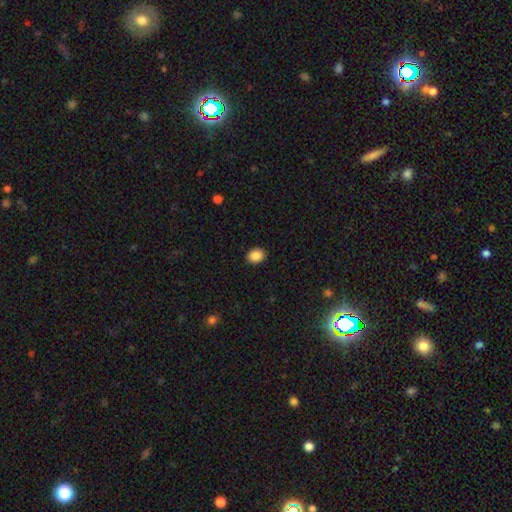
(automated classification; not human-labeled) This is clearly a smooth galaxy (88%). How rounded: possibly in between (52%). Merging: clearly none (91%).